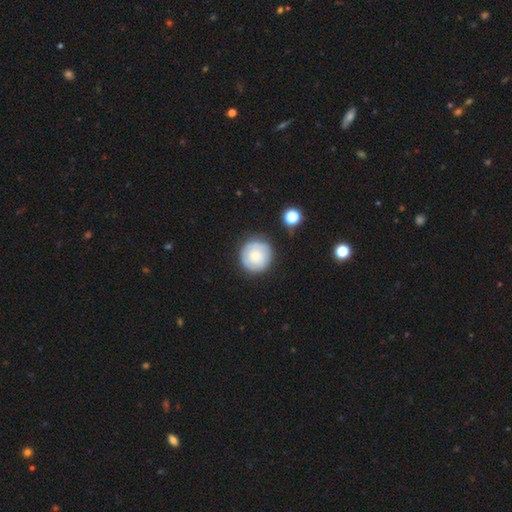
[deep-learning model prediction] smooth_or_featured: smooth (p=0.60) [alt: featured or disk p=0.33]
how_rounded: round (p=0.94) [alt: in between p=0.05]
merging: none (p=0.82) [alt: minor disturbance p=0.12]